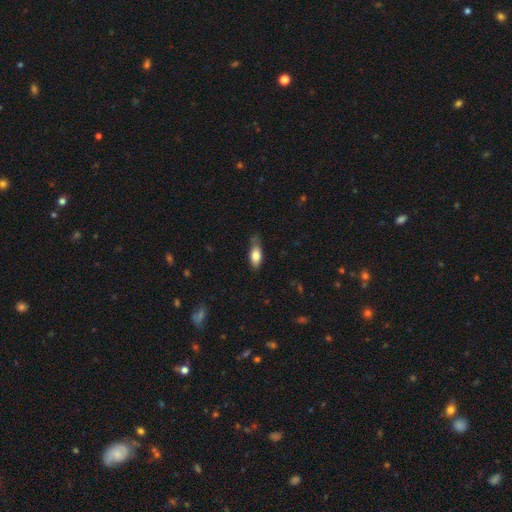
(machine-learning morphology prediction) A smooth galaxy with no disk features (81%) that is in between round and cigar-shaped (83%). Merging: none (58%).